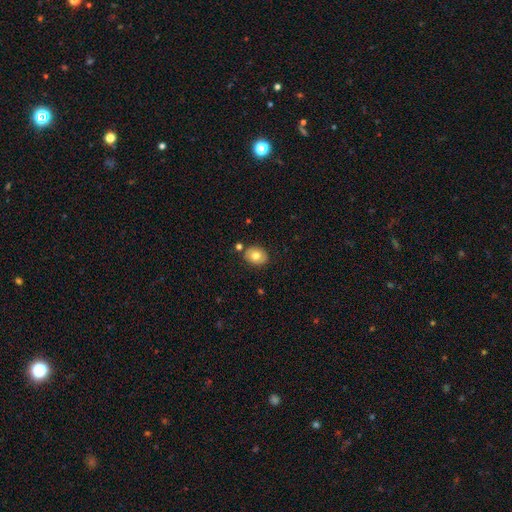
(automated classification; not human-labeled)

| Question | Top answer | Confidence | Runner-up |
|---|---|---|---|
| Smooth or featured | smooth | 76% | featured or disk (15%) |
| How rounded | in between | 50% | round (49%) |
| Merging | none | 83% | minor disturbance (10%) |